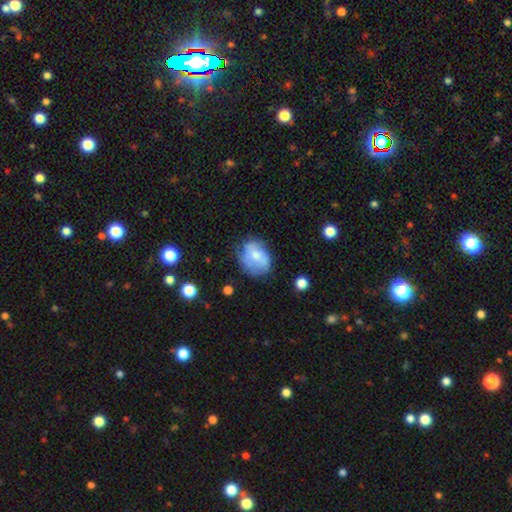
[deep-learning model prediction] A smooth galaxy with no disk features (54%) that is round (52%). Merging: none (51%).